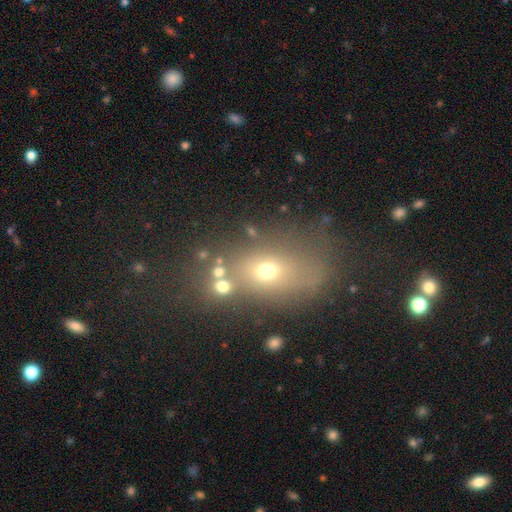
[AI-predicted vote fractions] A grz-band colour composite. It shows a smooth galaxy with no disk features (51%) that is in between round and cigar-shaped (59%). Merging: none (53%).